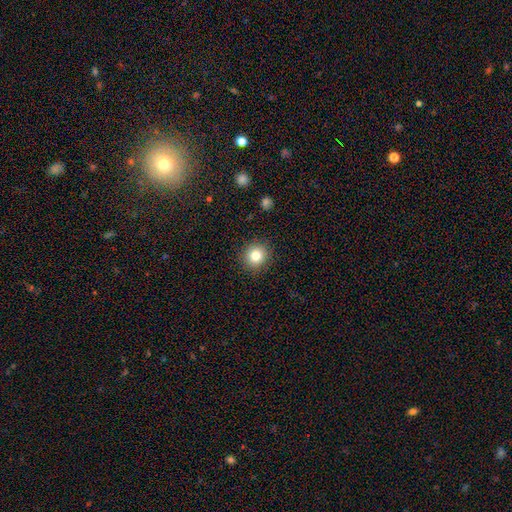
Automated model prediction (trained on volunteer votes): Morphology: type=smooth (82%); roundness=round (88%); merging=none (90%).